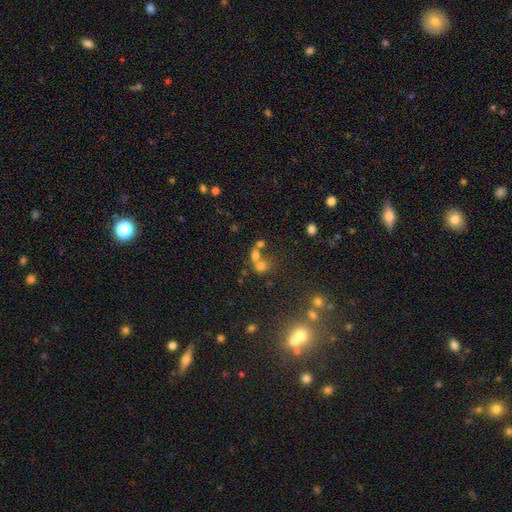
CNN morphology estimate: smooth-or-featured: smooth: 62% | star or artifact: 20% | featured or disk: 18%
  how-rounded: round: 63% | in between: 35% | cigar-shaped: 2%
  merging: merger: 57% | none: 30% | minor disturbance: 7% | major disturbance: 6%